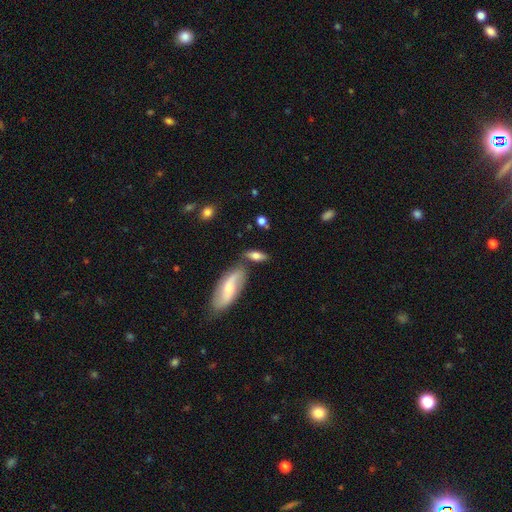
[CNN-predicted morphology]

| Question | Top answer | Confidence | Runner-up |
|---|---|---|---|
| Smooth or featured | smooth | 65% | featured or disk (27%) |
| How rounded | in between | 71% | cigar-shaped (24%) |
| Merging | none | 64% | merger (17%) |